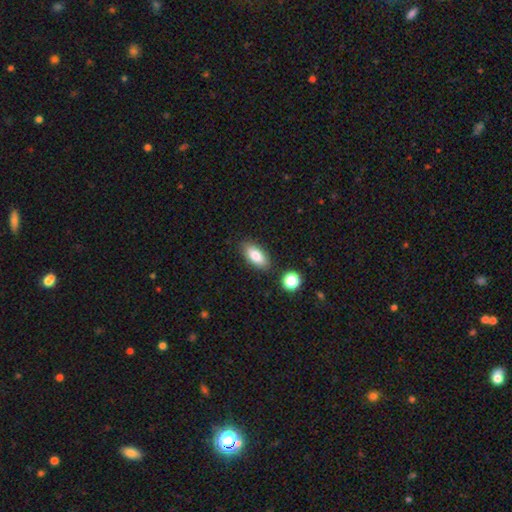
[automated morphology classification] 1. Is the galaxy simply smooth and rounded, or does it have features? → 82% smooth, 10% featured or disk, 8% star or artifact.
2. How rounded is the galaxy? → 87% in between, 9% cigar-shaped, 3% round.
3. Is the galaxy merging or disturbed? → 84% none, 10% minor disturbance, 4% merger, 2% major disturbance.